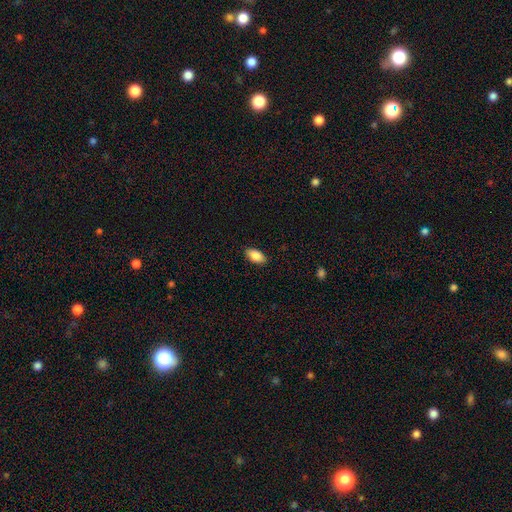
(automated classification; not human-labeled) smooth_or_featured: smooth (p=0.87) [alt: star or artifact p=0.07]
how_rounded: in between (p=0.93) [alt: round p=0.04]
merging: none (p=0.88) [alt: minor disturbance p=0.09]